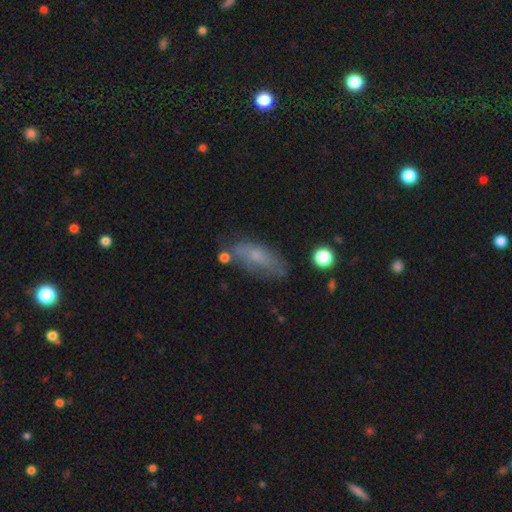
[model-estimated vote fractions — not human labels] This appears to be a smooth galaxy with no disk features (57%) that is in between round and cigar-shaped (74%). Merging: none (59%).